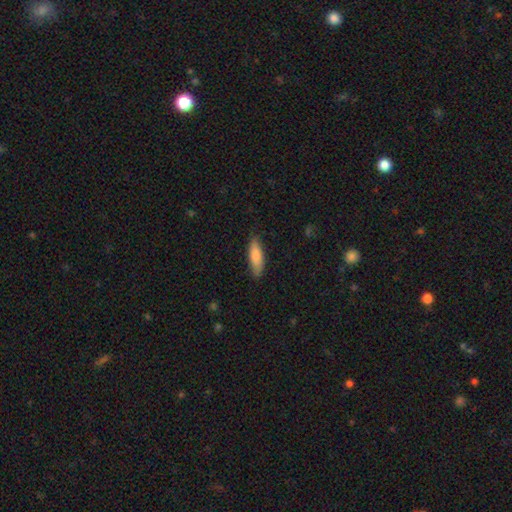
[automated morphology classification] Smooth or featured? smooth (83%)
How rounded? cigar-shaped (52%)
Merging? none (83%)